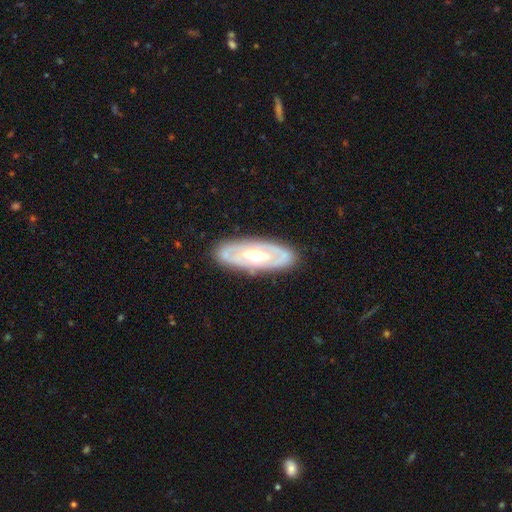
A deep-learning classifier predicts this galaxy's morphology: type=featured or disk (75%); edge-on=no (85%); bar=no (59%); spiral arms=yes (54%); bulge=moderate (70%); merging=none (85%).